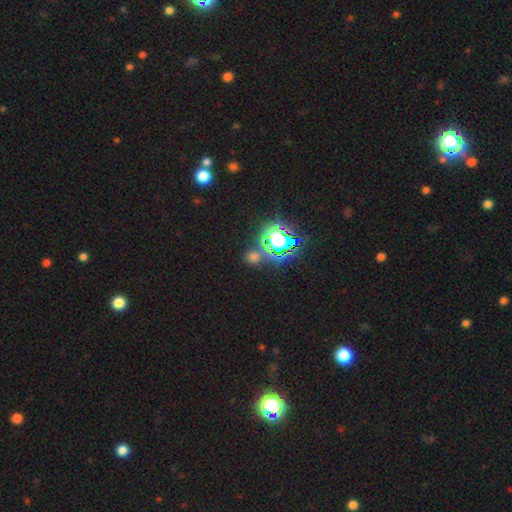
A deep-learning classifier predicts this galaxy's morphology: Overall: star or artifact (65%; smooth 27%).